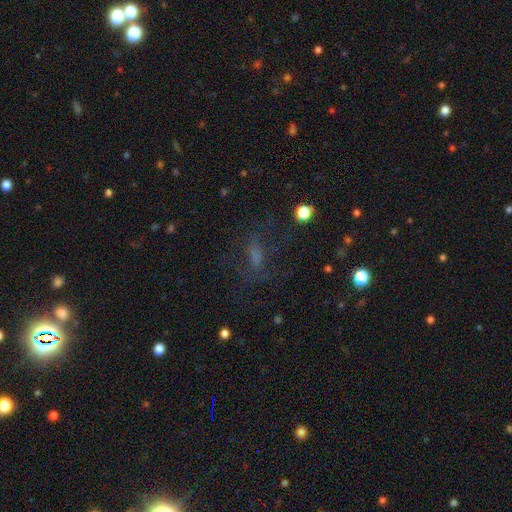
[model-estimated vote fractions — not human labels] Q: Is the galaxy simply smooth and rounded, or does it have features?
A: smooth — 42%.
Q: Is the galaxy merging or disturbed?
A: none — 57%.